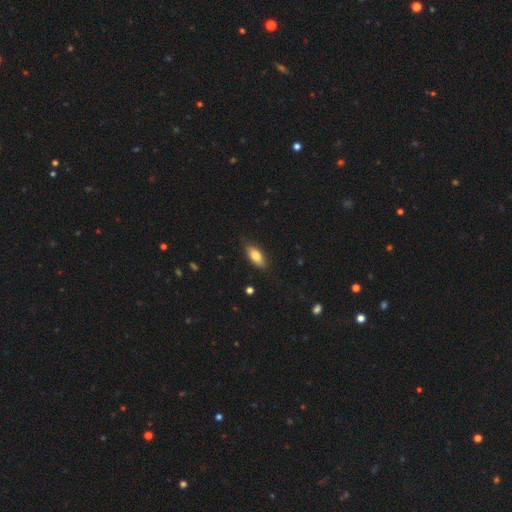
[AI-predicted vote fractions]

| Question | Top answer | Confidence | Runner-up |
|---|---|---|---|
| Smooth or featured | smooth | 79% | featured or disk (14%) |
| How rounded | in between | 80% | cigar-shaped (17%) |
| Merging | none | 82% | minor disturbance (14%) |